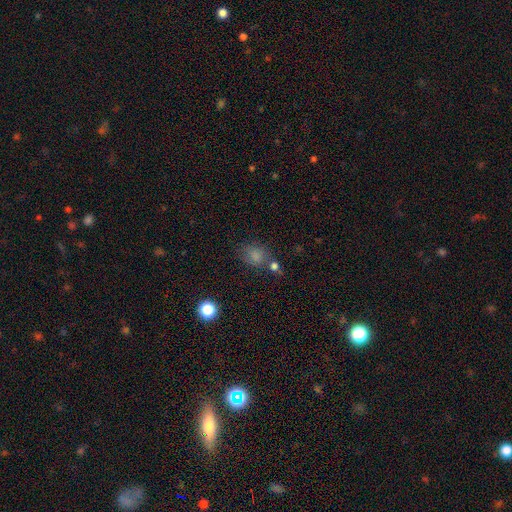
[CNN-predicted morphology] Smooth or featured?
  - smooth: 77% *
  - star or artifact: 15%
  - featured or disk: 8%
How rounded?
  - round: 51% *
  - in between: 48%
  - cigar-shaped: 1%
Merging?
  - none: 59% *
  - minor disturbance: 20%
  - merger: 13%
  - major disturbance: 8%